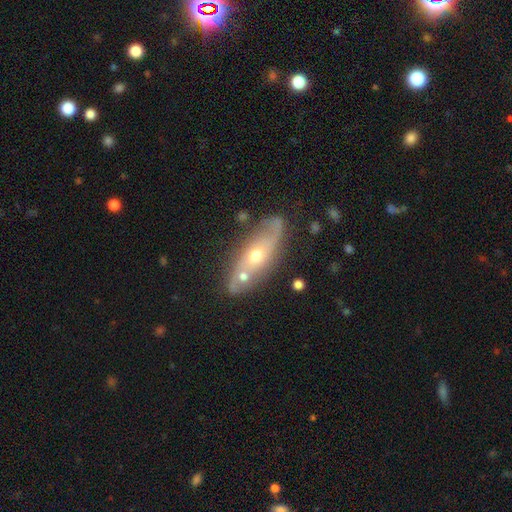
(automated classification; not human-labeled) Smooth or featured? Predicted: featured or disk (p=0.68). Edge-on disk? Predicted: no (p=0.77). Bar? Predicted: no (p=0.77). Spiral arms? Predicted: yes (p=0.70). Bulge size? Predicted: moderate (p=0.56). Merging? Predicted: none (p=0.65).